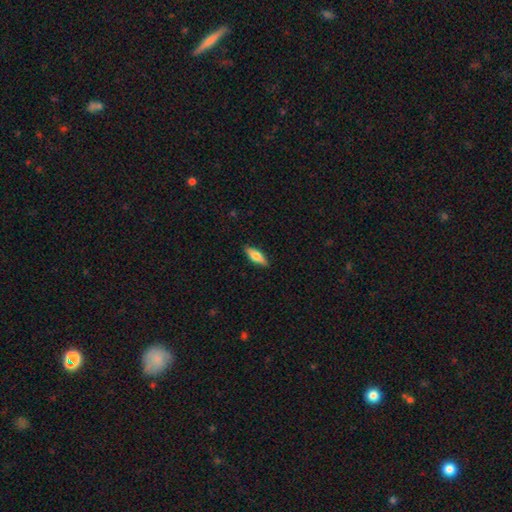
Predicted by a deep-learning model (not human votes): Smooth or featured: smooth — 66% (featured or disk — 28%)
How rounded: in between — 52% (cigar-shaped — 45%)
Merging: none — 87% (minor disturbance — 10%)